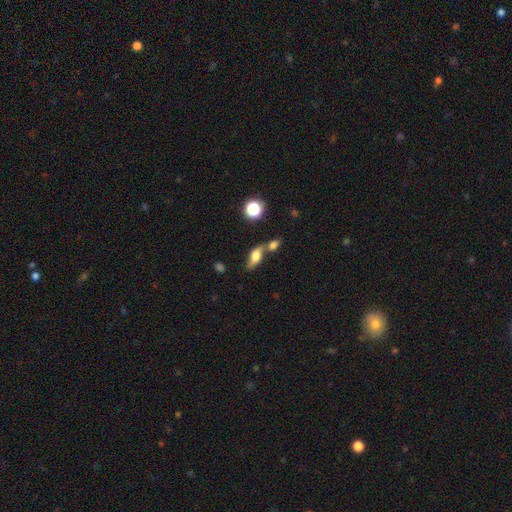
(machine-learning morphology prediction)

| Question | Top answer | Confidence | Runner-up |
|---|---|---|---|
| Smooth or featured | smooth | 51% | featured or disk (38%) |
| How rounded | in between | 68% | cigar-shaped (19%) |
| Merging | none | 43% | merger (36%) |